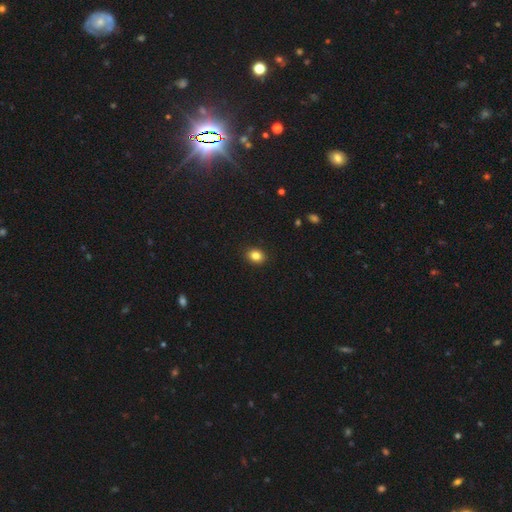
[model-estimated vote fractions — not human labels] Smooth or featured? Predicted: smooth (p=0.84). How rounded? Predicted: round (p=0.53). Merging? Predicted: none (p=0.91).